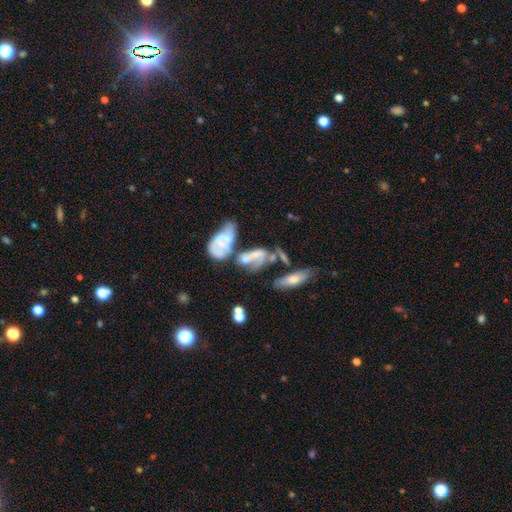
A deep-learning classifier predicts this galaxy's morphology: type=featured or disk (48%); merging=merger (48%).